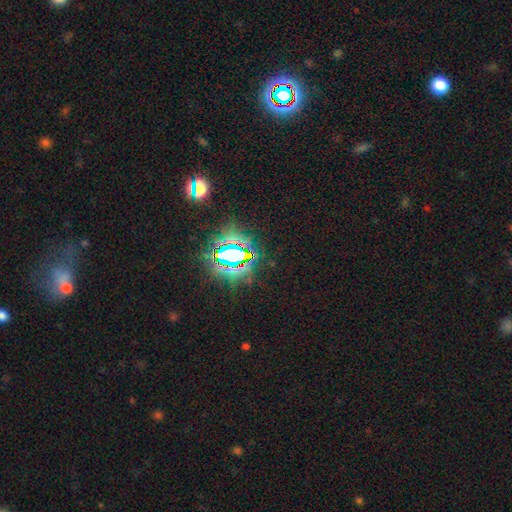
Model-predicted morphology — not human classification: Q: Smooth or featured?
A: star or artifact (81%); runner-up: smooth (11%)